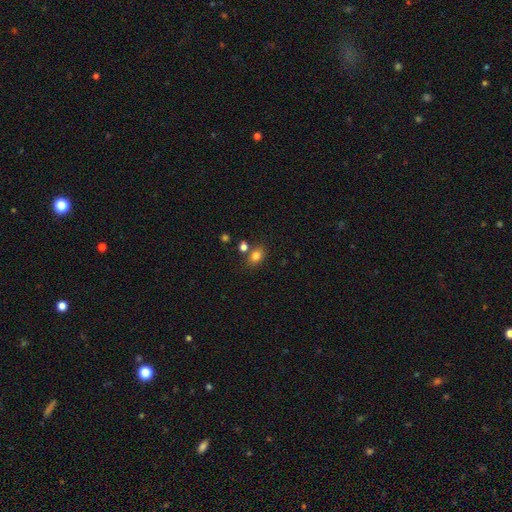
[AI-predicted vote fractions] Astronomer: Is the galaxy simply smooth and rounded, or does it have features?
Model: smooth — 81%.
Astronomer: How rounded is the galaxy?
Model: in between — 71%.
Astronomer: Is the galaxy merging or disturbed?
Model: none — 70%.